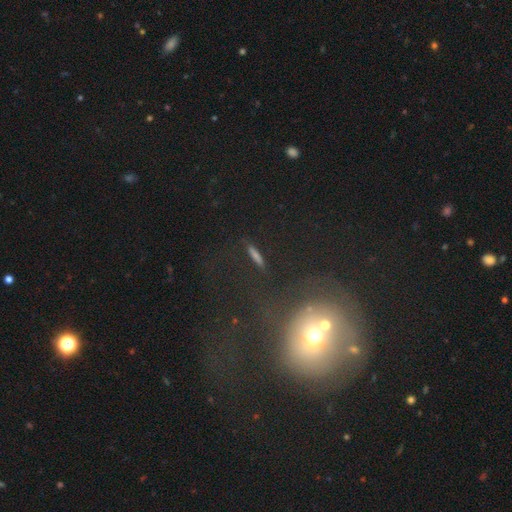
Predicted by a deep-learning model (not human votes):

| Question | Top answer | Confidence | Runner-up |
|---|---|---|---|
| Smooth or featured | smooth | 51% | featured or disk (27%) |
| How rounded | cigar-shaped | 77% | in between (14%) |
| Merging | none | 84% | minor disturbance (9%) |